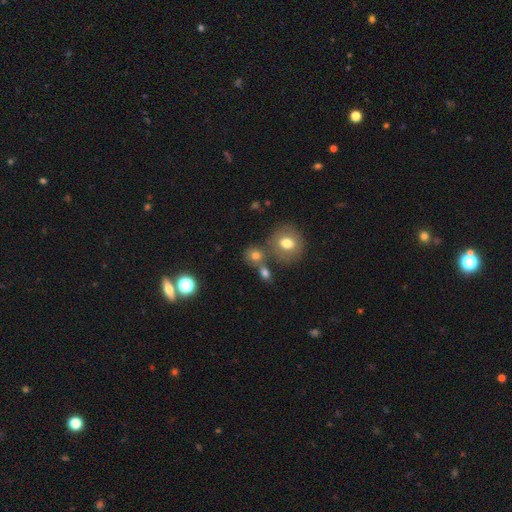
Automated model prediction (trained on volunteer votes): Overall: smooth (74%). How rounded: round (75%). Merging: none (54%; merger 29%).